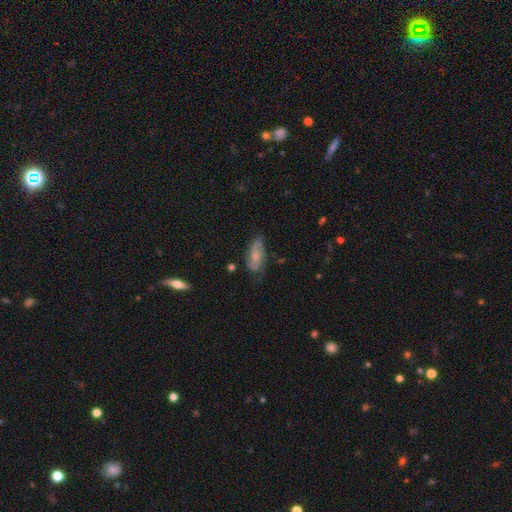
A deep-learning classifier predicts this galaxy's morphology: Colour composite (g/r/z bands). It shows a featured or disk galaxy (61%) with no bar (65%), spiral arms (89%) and a moderate central bulge (38%). Merging: none (62%).